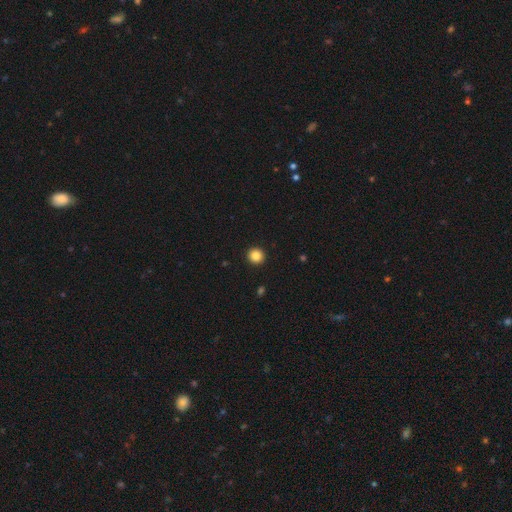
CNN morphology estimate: This appears to be a smooth galaxy with no disk features (86%) that is round (95%). Merging: none (94%).